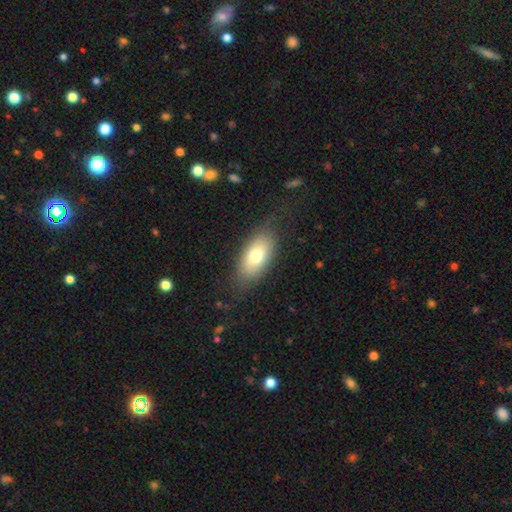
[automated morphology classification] Q: Smooth or featured?
A: smooth (72%); runner-up: featured or disk (21%)
Q: How rounded?
A: in between (91%); runner-up: round (5%)
Q: Merging?
A: none (75%); runner-up: minor disturbance (16%)